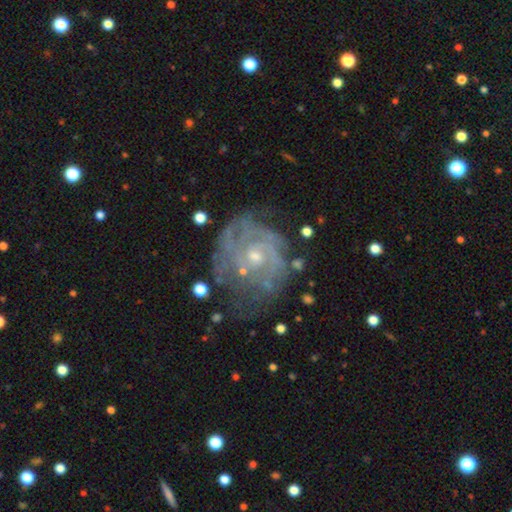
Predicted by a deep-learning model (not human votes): featured or disk 81%, smooth 11%, star or artifact 8%. Down the decision tree: edge-on disk — no (97%); bar — no (74%); spiral arms — yes (84%); spiral arm count — can't tell (46%); spiral winding — tight (63%); bulge size — small (58%); merging — none (55%).